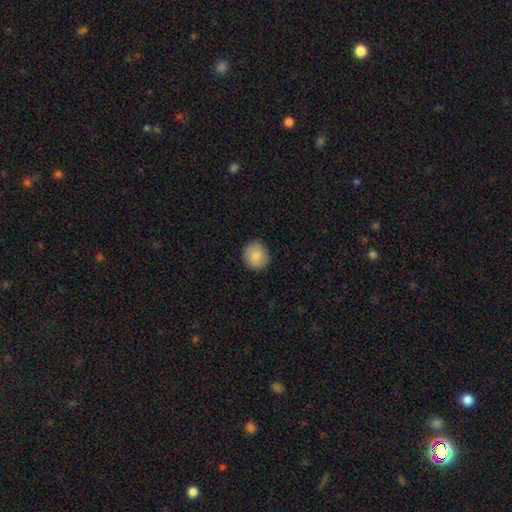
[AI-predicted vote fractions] This is clearly a smooth galaxy (88%). How rounded: clearly round (88%). Merging: clearly none (89%).